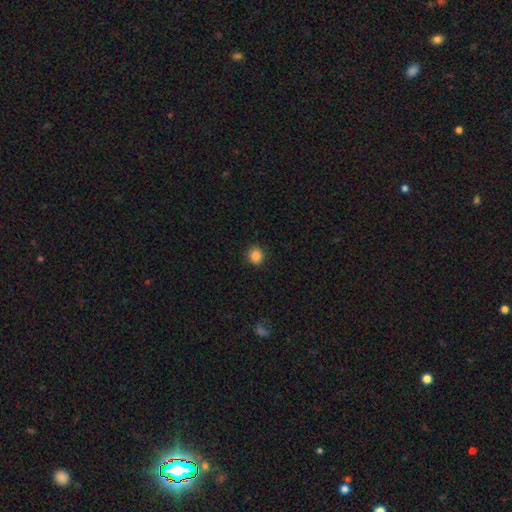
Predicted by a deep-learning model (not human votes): Smooth or featured? Predicted: smooth (p=0.87). How rounded? Predicted: round (p=0.86). Merging? Predicted: none (p=0.89).